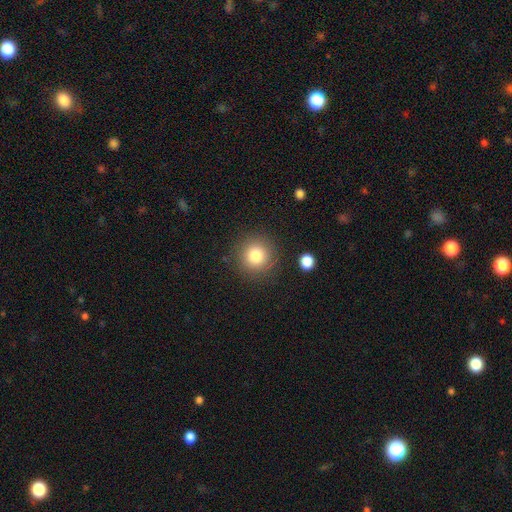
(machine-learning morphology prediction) Smooth or featured: smooth — 80% (star or artifact — 12%)
How rounded: round — 94% (in between — 5%)
Merging: none — 86% (minor disturbance — 8%)